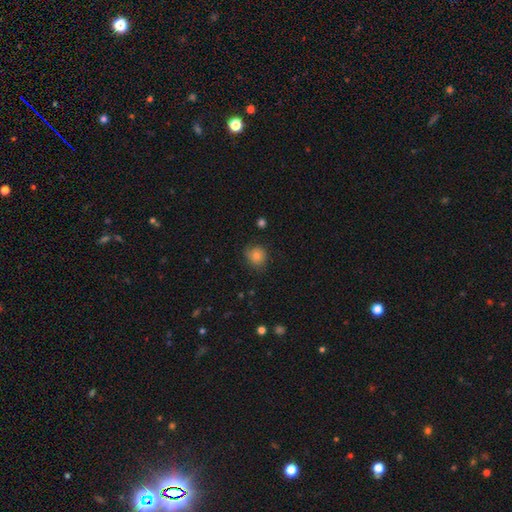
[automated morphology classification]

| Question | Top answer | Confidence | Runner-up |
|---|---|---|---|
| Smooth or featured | smooth | 71% | featured or disk (17%) |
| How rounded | round | 80% | in between (20%) |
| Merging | none | 70% | minor disturbance (21%) |